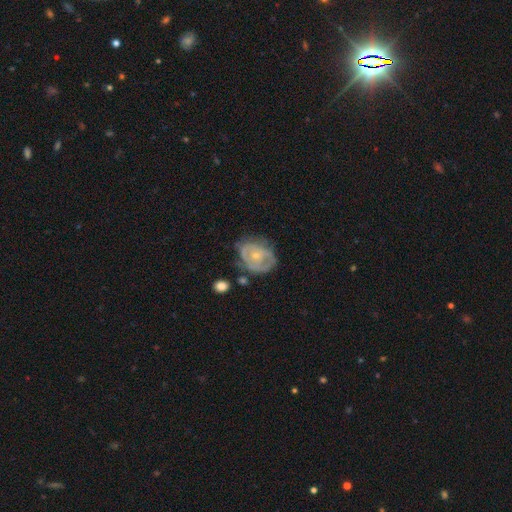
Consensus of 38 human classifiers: Morphology: type=featured or disk (74%); edge-on=no (100%); bar=no (89%); spiral arms=no (54%); bulge=small (82%); merging=none (44%).